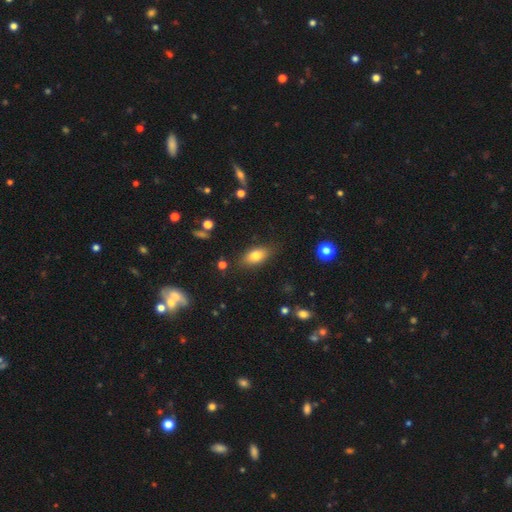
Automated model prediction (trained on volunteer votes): A smooth galaxy with no disk features (79%) that is in between round and cigar-shaped (86%). Merging: none (82%).